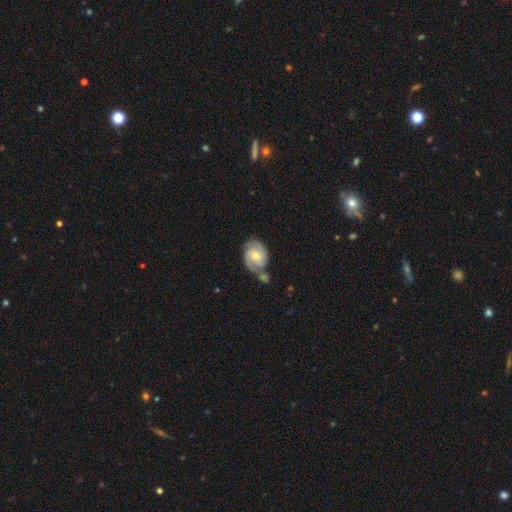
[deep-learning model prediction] Smooth or featured: featured or disk — 75% (smooth — 19%)
Edge-on disk: no — 97% (yes — 3%)
Bar: no — 58% (weak — 35%)
Spiral arms: yes — 93% (no — 7%)
Spiral winding: tight — 52% (medium — 37%)
Spiral arm count: 2 — 73% (can't tell — 11%)
Bulge size: moderate — 65% (small — 30%)
Merging: none — 43% (merger — 27%)